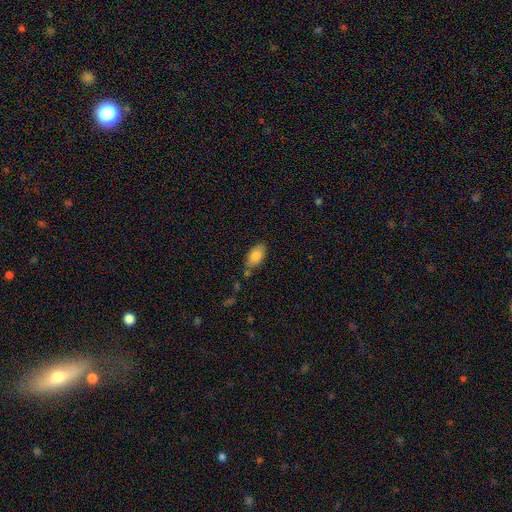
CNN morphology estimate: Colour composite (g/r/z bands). It shows a smooth galaxy with no disk features (85%) that is in between round and cigar-shaped (92%). Merging: none (65%).